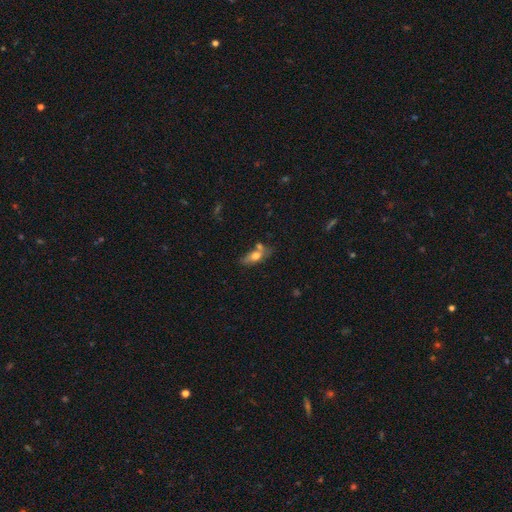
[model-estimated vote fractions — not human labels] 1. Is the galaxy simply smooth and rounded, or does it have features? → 63% smooth, 29% featured or disk, 8% star or artifact.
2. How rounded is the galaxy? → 72% in between, 21% cigar-shaped, 7% round.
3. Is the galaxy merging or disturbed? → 52% none, 24% merger, 18% minor disturbance, 6% major disturbance.